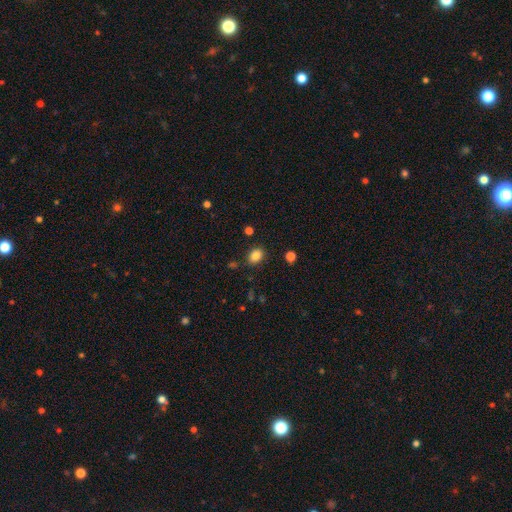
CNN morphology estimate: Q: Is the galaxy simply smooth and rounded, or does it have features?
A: smooth — 85%.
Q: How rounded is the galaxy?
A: in between — 63%.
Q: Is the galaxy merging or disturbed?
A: none — 82%.